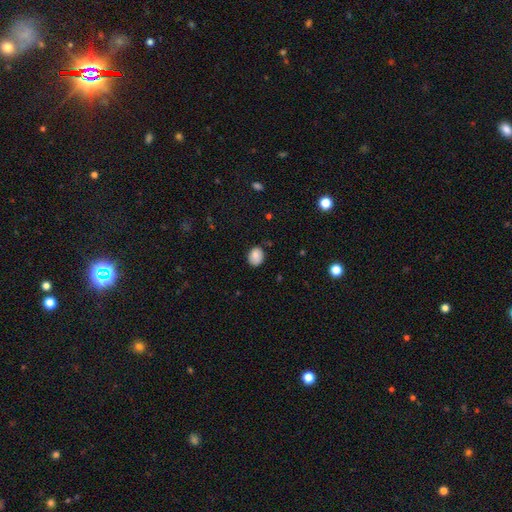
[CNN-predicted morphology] smooth-or-featured: smooth: 80% | featured or disk: 11% | star or artifact: 9%
  how-rounded: round: 50% | in between: 49% | cigar-shaped: 1%
  merging: none: 75% | minor disturbance: 20% | major disturbance: 4% | merger: 1%